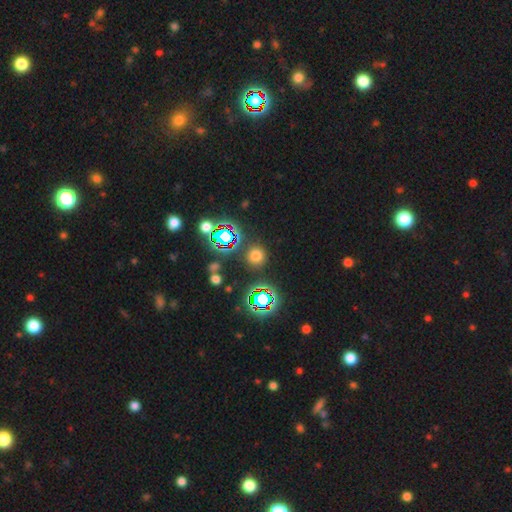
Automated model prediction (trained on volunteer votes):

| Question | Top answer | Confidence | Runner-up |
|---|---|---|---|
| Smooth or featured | smooth | 62% | star or artifact (31%) |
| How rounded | round | 93% | in between (6%) |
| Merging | none | 85% | minor disturbance (7%) |